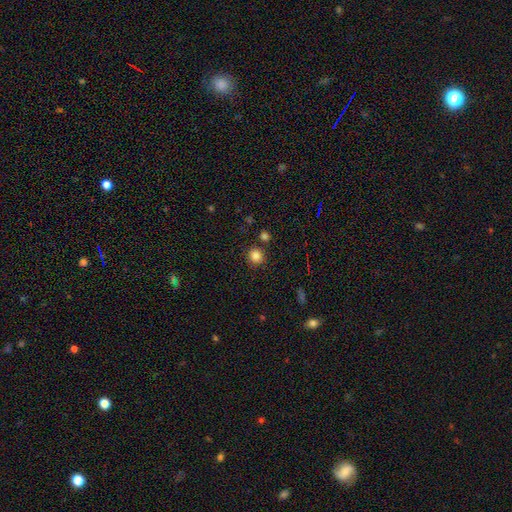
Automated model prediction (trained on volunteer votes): The model was most divided on "smooth or featured": smooth: 84%, star or artifact: 12%, featured or disk: 4%. More confident: how rounded — round (87%); merging — none (84%).